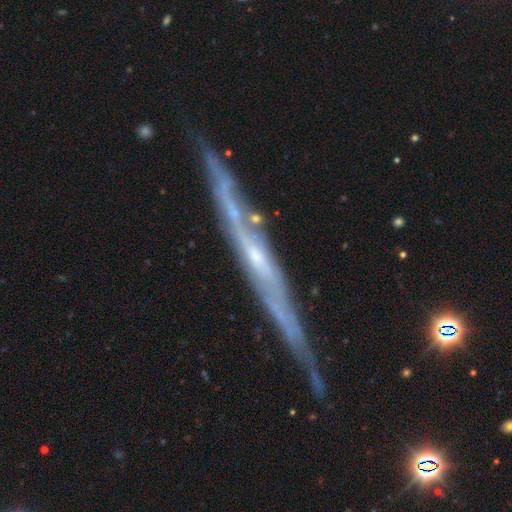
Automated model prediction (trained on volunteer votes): Smooth or featured?
  - featured or disk: 79% *
  - smooth: 12%
  - star or artifact: 9%
Edge-on disk?
  - yes: 95% *
  - no: 5%
Edge-on bulge?
  - none: 57% *
  - rounded: 35%
  - boxy: 8%
Merging?
  - none: 85% *
  - minor disturbance: 11%
  - major disturbance: 2%
  - merger: 2%